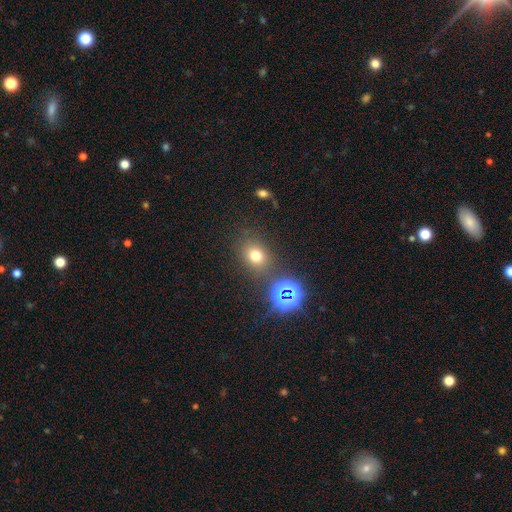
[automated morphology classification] Smooth or featured? smooth (69%)
How rounded? round (61%)
Merging? none (78%)